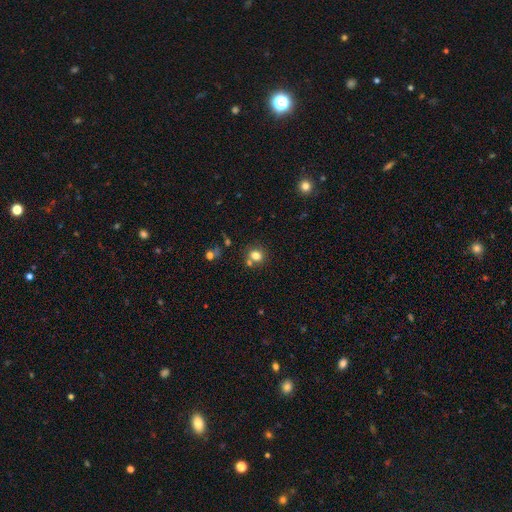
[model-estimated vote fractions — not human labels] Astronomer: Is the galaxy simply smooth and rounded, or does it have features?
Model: smooth — 78%.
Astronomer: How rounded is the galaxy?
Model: round — 71%.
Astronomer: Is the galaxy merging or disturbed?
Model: none — 66%.